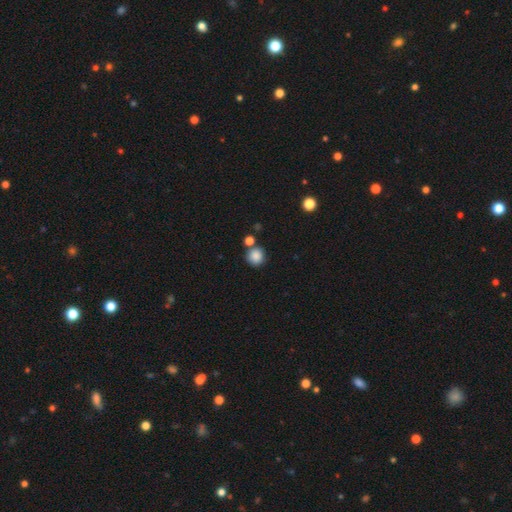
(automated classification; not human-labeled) A smooth galaxy with no disk features (86%) that is round (91%). Merging: none (73%).